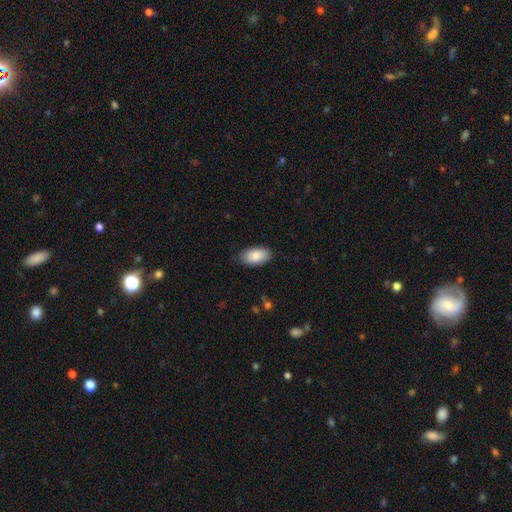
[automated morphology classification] The model was most divided on "merging": none: 83%, minor disturbance: 14%, major disturbance: 3%, merger: 1%. More confident: how rounded — in between (95%); smooth or featured — smooth (86%).